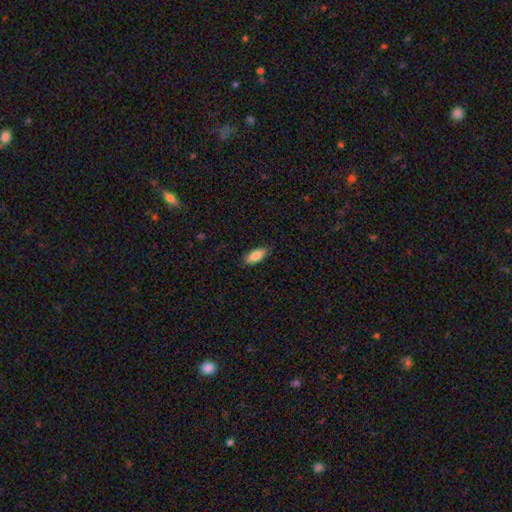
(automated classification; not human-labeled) A smooth galaxy with no disk features (85%) that is in between round and cigar-shaped (79%). Merging: none (86%).